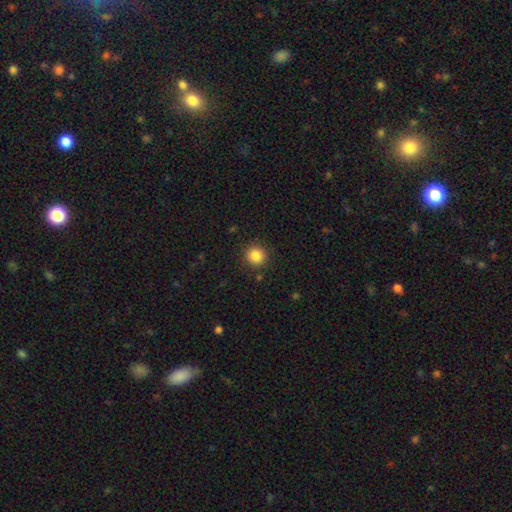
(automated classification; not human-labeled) This is clearly a smooth galaxy (85%). How rounded: clearly round (91%). Merging: clearly none (89%).